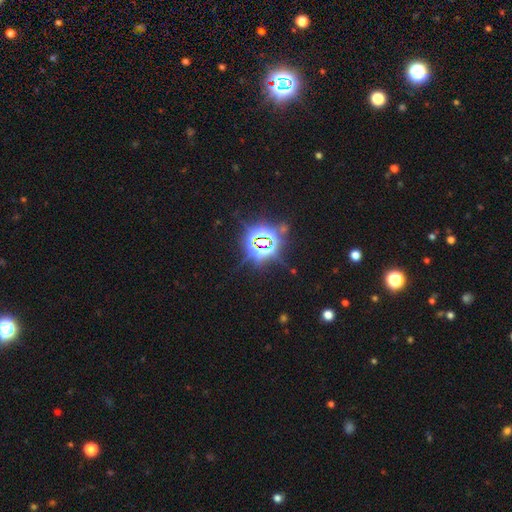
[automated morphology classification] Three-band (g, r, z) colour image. It shows a star or artifact, not a galaxy (84%).